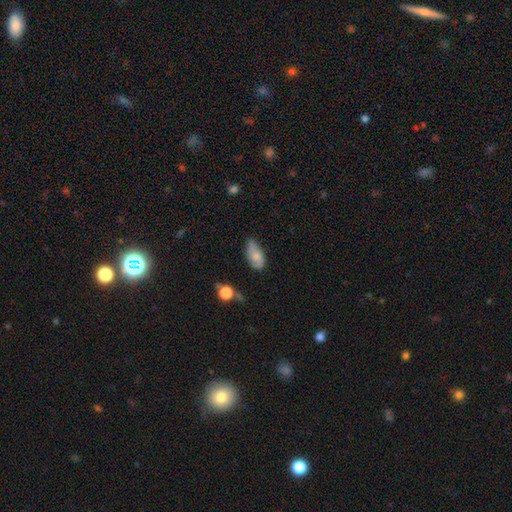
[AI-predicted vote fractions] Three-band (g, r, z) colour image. It shows a smooth galaxy with no disk features (74%) that is in between round and cigar-shaped (91%). Merging: none (52%).